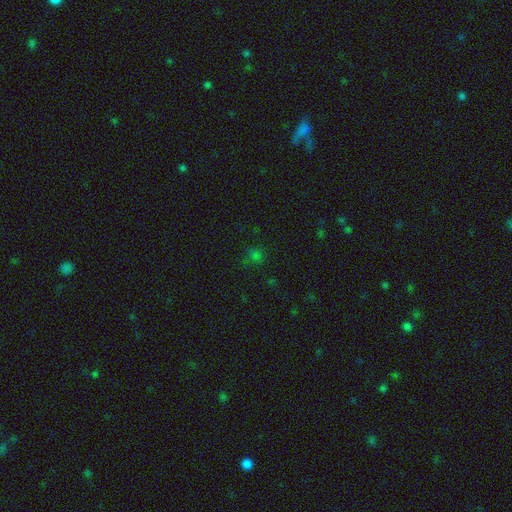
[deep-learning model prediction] This is possibly a smooth galaxy (56%). How rounded: likely round (78%). Merging: likely none (74%).